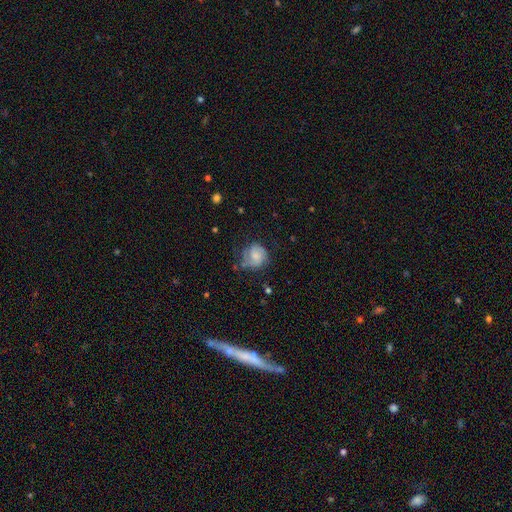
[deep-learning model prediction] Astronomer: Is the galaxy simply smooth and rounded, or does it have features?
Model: featured or disk — 50% (runner-up: smooth, 42%).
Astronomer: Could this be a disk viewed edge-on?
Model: no — 98%.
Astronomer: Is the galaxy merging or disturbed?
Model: none — 52% (runner-up: minor disturbance, 28%).